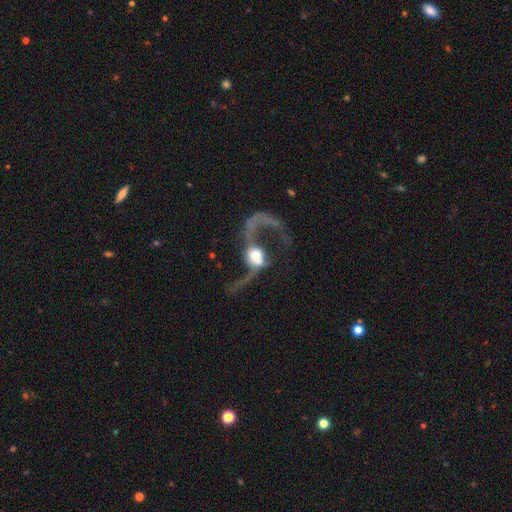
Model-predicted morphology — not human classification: Smooth or featured: featured or disk — 76% (smooth — 17%)
Edge-on disk: no — 93% (yes — 7%)
Bar: no — 65% (weak — 21%)
Spiral arms: yes — 80% (no — 20%)
Spiral winding: loose — 87% (medium — 10%)
Spiral arm count: 2 — 83% (1 — 11%)
Bulge size: moderate — 46% (large — 30%)
Merging: major disturbance — 44% (none — 32%)